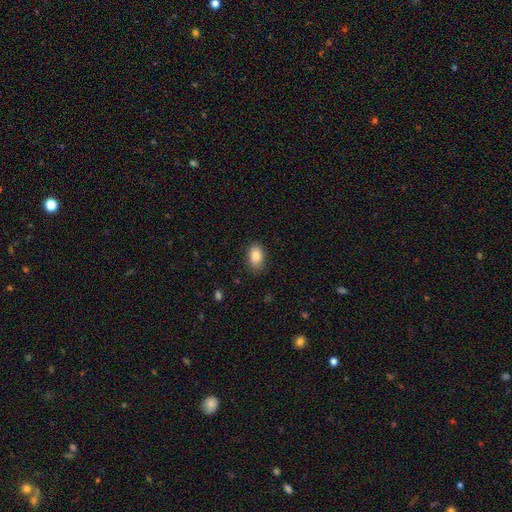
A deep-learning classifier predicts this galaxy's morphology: A smooth galaxy with no disk features (87%) that is in between round and cigar-shaped (88%).

Vote fractions:
- Smooth or featured? smooth: 87% / star or artifact: 8% / featured or disk: 6%
- How rounded? in between: 88% / round: 10% / cigar-shaped: 1%
- Merging? none: 85% / minor disturbance: 11% / major disturbance: 3% / merger: 1%